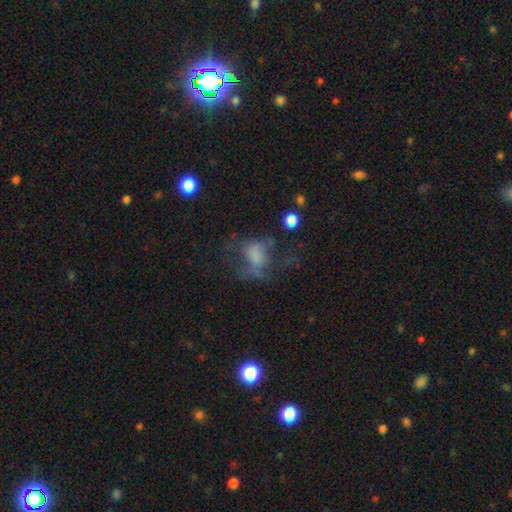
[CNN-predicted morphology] smooth 54%, featured or disk 32%, star or artifact 15%. Down the decision tree: how rounded — in between (62%); merging — major disturbance (45%).